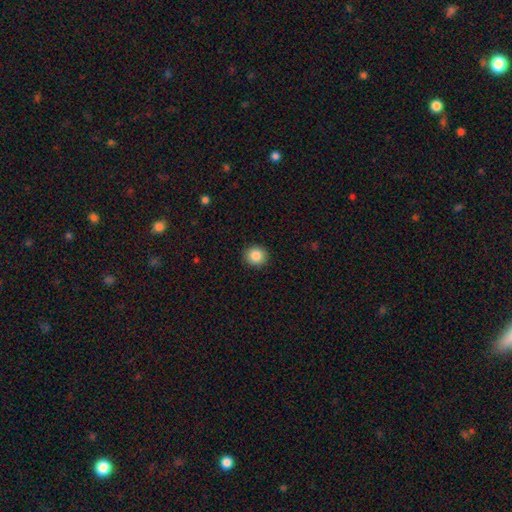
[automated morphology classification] A smooth galaxy with no disk features (85%) that is round (87%).

Vote fractions:
- Smooth or featured? smooth: 85% / star or artifact: 9% / featured or disk: 5%
- How rounded? round: 87% / in between: 13% / cigar-shaped: 1%
- Merging? none: 92% / minor disturbance: 5% / major disturbance: 2% / merger: 1%